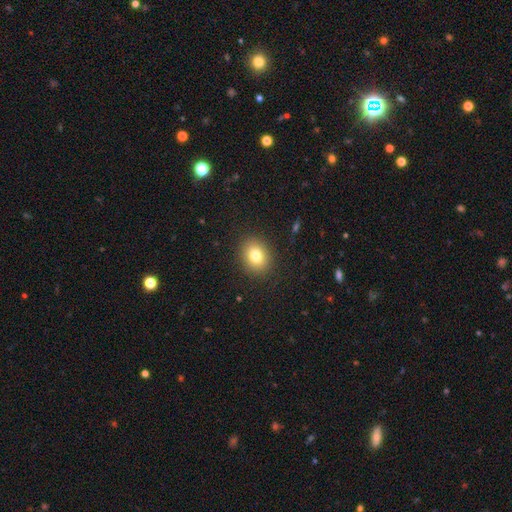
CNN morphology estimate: A smooth galaxy with no disk features (79%) that is round (52%).

Vote fractions:
- Smooth or featured? smooth: 79% / star or artifact: 11% / featured or disk: 10%
- How rounded? round: 52% / in between: 47% / cigar-shaped: 1%
- Merging? none: 88% / minor disturbance: 8% / major disturbance: 3% / merger: 1%